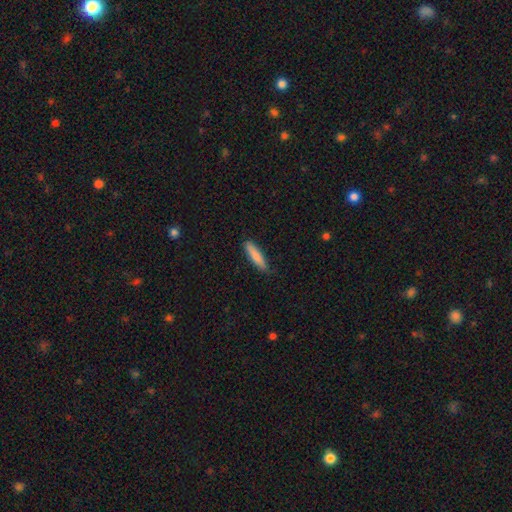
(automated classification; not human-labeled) smooth-or-featured: smooth: 82% | featured or disk: 12% | star or artifact: 6%
  how-rounded: cigar-shaped: 81% | in between: 17% | round: 1%
  merging: none: 82% | minor disturbance: 14% | major disturbance: 2% | merger: 1%